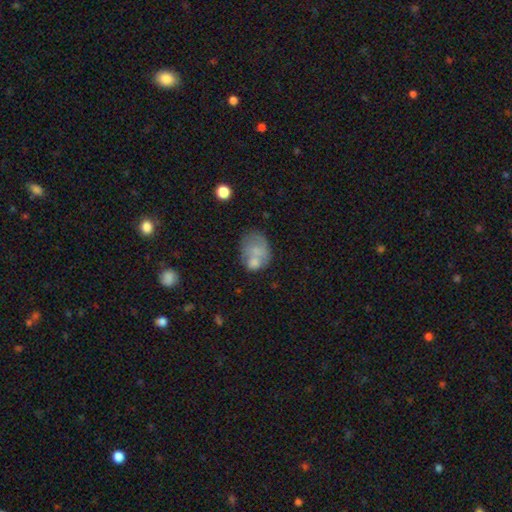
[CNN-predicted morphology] This appears to be a smooth galaxy with no disk features (59%) that is in between round and cigar-shaped (55%). Merging: none (37%).